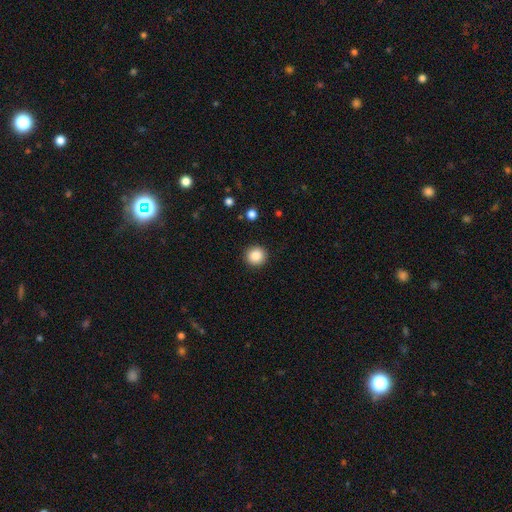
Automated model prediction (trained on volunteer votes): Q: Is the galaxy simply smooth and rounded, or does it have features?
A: smooth — 87%.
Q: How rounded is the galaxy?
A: round — 94%.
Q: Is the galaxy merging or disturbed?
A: none — 92%.